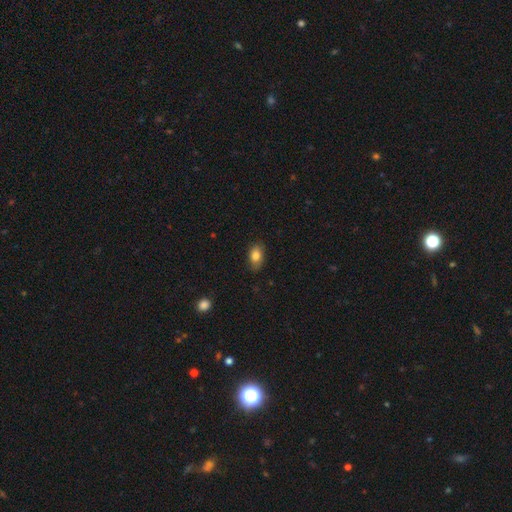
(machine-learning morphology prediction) The model was most divided on "merging": none: 83%, minor disturbance: 13%, major disturbance: 2%, merger: 1%. More confident: how rounded — in between (87%); smooth or featured — smooth (83%).